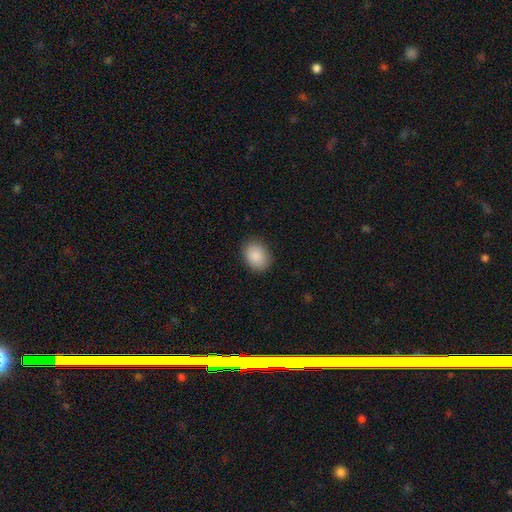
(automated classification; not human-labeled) A smooth galaxy with no disk features (89%) that is in between round and cigar-shaped (64%). Merging: none (86%).